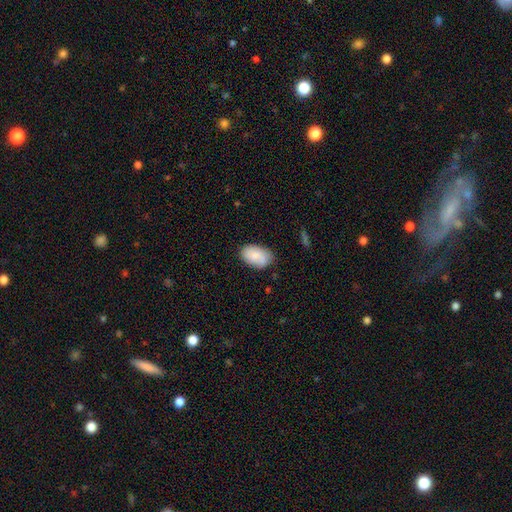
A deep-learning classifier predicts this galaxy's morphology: A smooth galaxy with no disk features (78%) that is in between round and cigar-shaped (90%).

Vote fractions:
- Smooth or featured? smooth: 78% / featured or disk: 15% / star or artifact: 7%
- How rounded? in between: 90% / round: 8% / cigar-shaped: 1%
- Merging? none: 76% / minor disturbance: 19% / major disturbance: 4% / merger: 2%